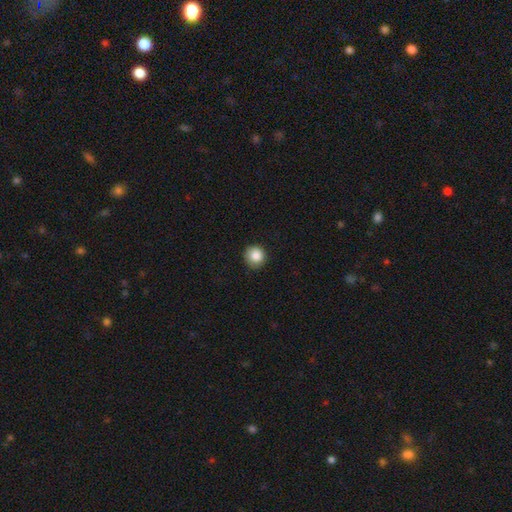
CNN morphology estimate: A smooth galaxy with no disk features (86%) that is round (93%).

Vote fractions:
- Smooth or featured? smooth: 86% / star or artifact: 9% / featured or disk: 5%
- How rounded? round: 93% / in between: 6% / cigar-shaped: 1%
- Merging? none: 85% / minor disturbance: 12% / major disturbance: 2% / merger: 1%